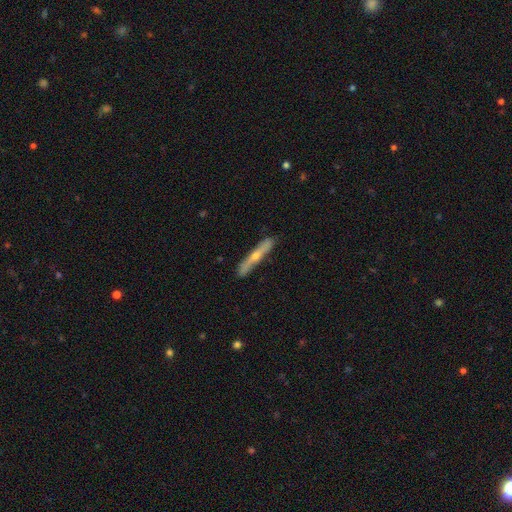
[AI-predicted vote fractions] Smooth or featured? featured or disk (59%)
Edge-on disk? yes (92%)
Edge-on bulge? rounded (83%)
Merging? none (85%)